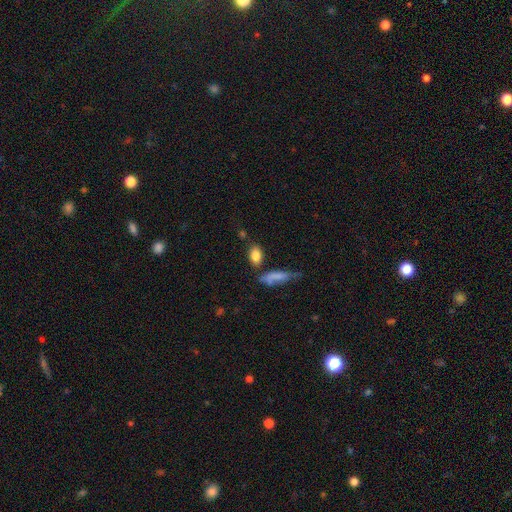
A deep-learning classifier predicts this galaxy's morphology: smooth 84%, featured or disk 8%, star or artifact 8%. Down the decision tree: how rounded — in between (84%); merging — none (69%).